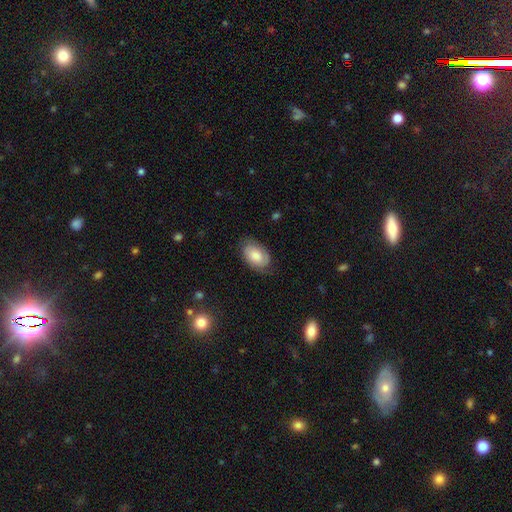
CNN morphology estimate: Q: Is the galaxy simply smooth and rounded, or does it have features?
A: smooth — 65%.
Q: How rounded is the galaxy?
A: in between — 91%.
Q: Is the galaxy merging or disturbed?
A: none — 71%.